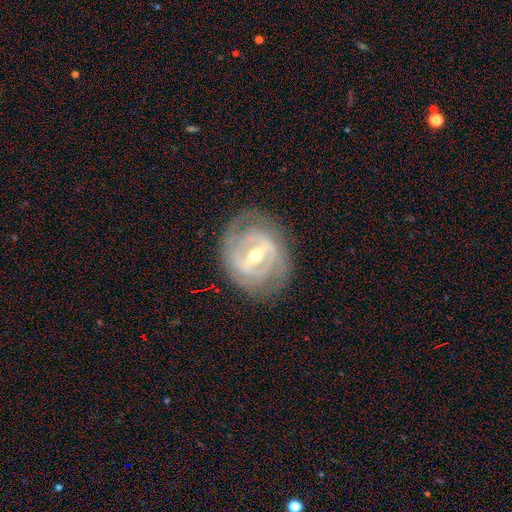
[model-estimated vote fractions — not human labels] Morphology: type=featured or disk (86%); edge-on=no (95%); bar=strong (62%); spiral arms=yes (81%); winding=tight (65%); arm count=2 (45%); bulge=moderate (61%); merging=none (76%).